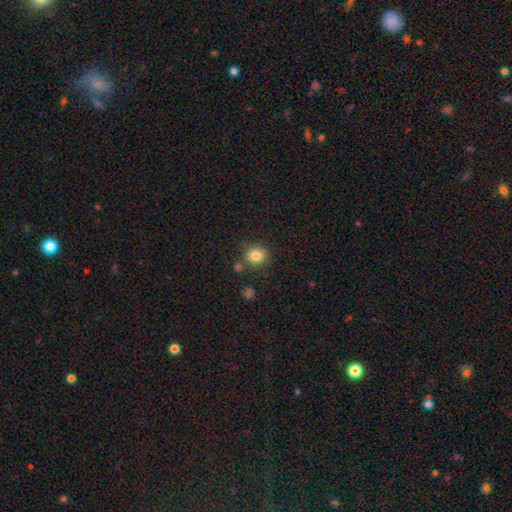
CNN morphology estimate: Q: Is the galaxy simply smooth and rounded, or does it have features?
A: smooth — 83%.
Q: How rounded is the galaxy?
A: round — 87%.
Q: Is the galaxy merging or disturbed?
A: none — 78%.